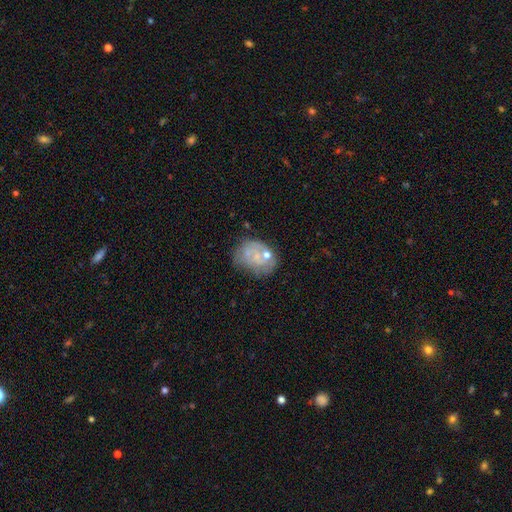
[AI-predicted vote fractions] Smooth or featured? featured or disk (49%)
Merging? none (53%)